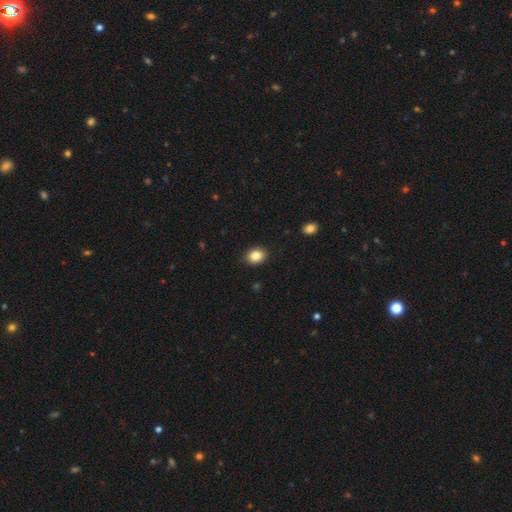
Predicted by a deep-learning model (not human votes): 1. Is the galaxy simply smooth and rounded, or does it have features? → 86% smooth, 9% star or artifact, 5% featured or disk.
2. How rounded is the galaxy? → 54% in between, 45% round, 1% cigar-shaped.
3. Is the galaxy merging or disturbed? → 90% none, 7% minor disturbance, 2% major disturbance, 1% merger.